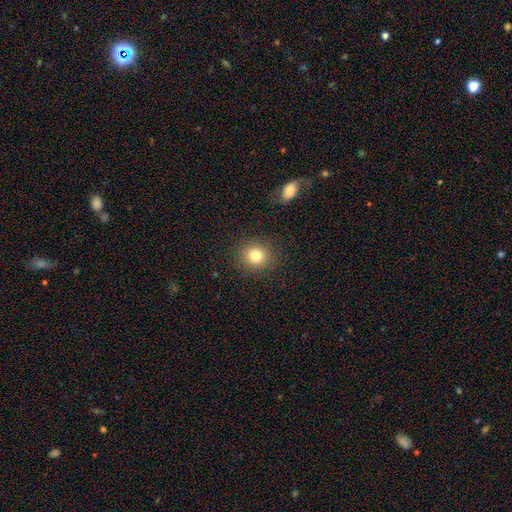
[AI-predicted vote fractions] This is likely a smooth galaxy (80%). How rounded: clearly round (86%). Merging: clearly none (89%).